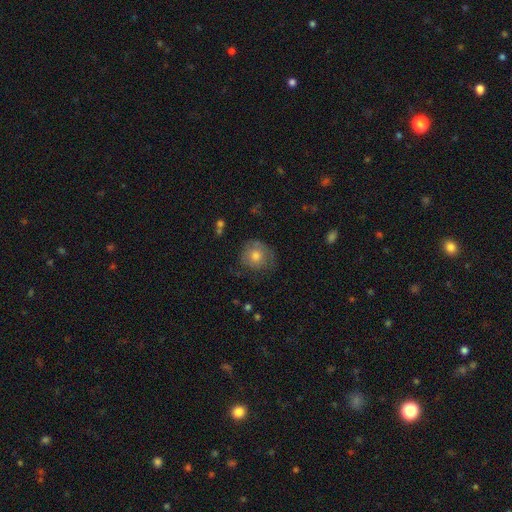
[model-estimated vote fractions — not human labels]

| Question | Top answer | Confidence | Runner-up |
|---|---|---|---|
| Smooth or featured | smooth | 67% | featured or disk (24%) |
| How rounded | round | 85% | in between (14%) |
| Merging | none | 66% | minor disturbance (24%) |